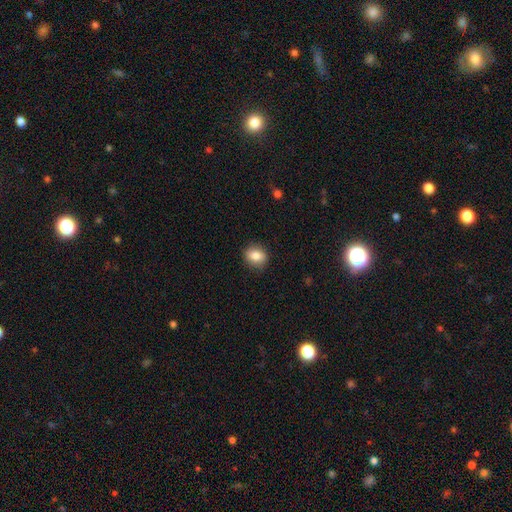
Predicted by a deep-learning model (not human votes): Smooth or featured? Predicted: smooth (p=0.84). How rounded? Predicted: round (p=0.64). Merging? Predicted: none (p=0.87).